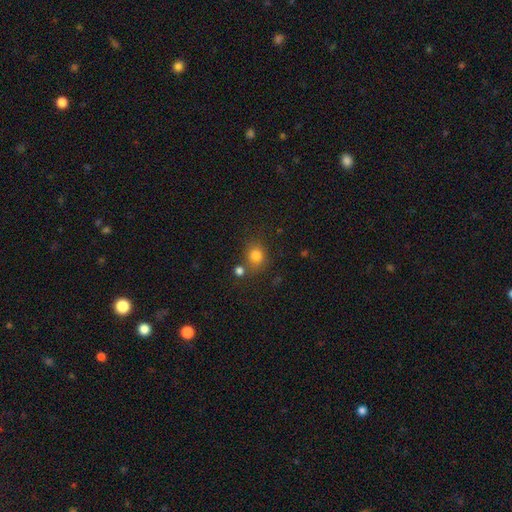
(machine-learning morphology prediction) type=smooth (81%); roundness=round (73%); merging=none (67%).